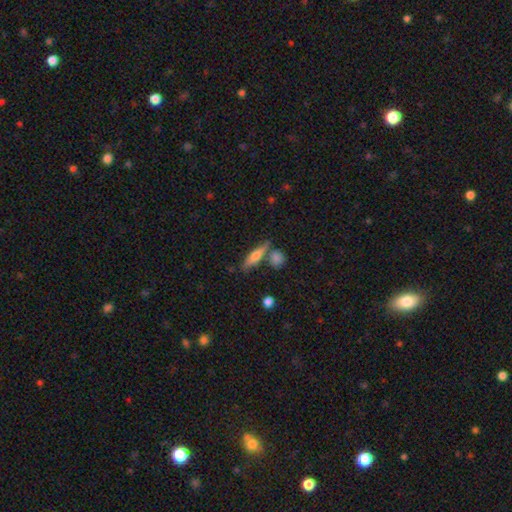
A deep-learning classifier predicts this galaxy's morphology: Smooth or featured? smooth (56%)
How rounded? cigar-shaped (72%)
Merging? none (68%)